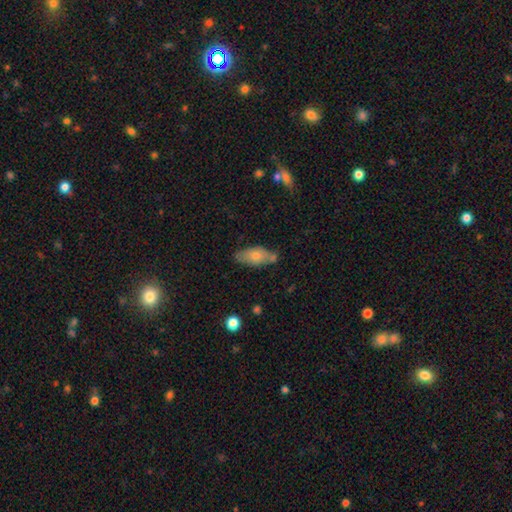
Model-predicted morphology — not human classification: Smooth or featured: smooth — 72% (featured or disk — 21%)
How rounded: in between — 86% (cigar-shaped — 11%)
Merging: none — 56% (minor disturbance — 25%)